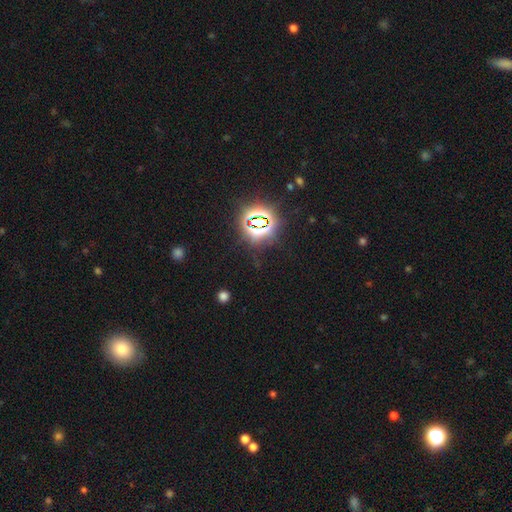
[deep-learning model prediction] Smooth or featured? Predicted: star or artifact (p=0.81).